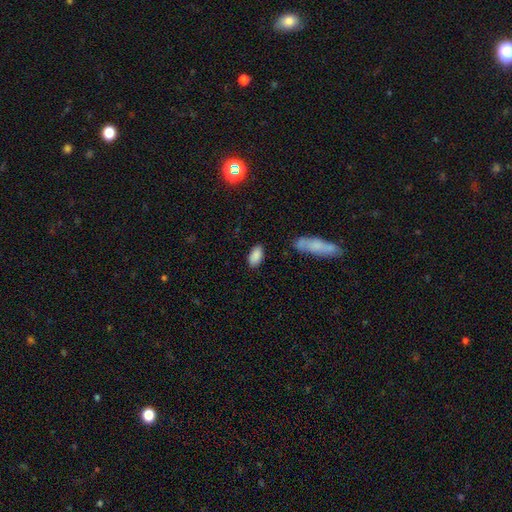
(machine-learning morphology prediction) Smooth or featured: smooth — 88% (star or artifact — 7%)
How rounded: in between — 93% (cigar-shaped — 4%)
Merging: none — 83% (minor disturbance — 12%)